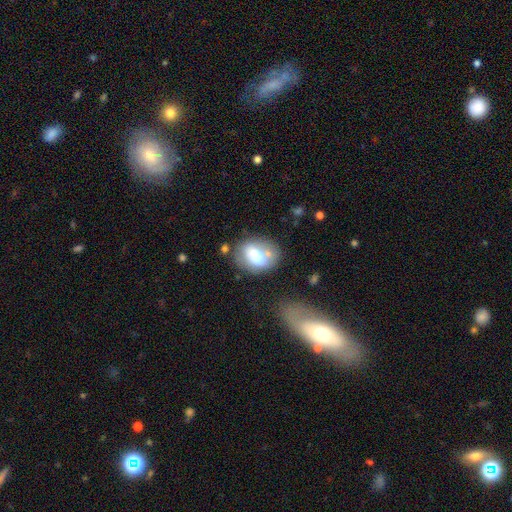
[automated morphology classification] This appears to be a smooth galaxy with no disk features (65%) that is in between round and cigar-shaped (70%). Merging: none (54%).